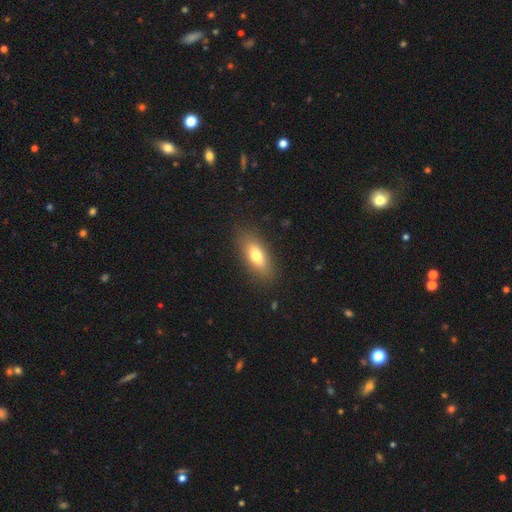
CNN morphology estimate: Overall: smooth (73%). How rounded: in between (73%). Merging: none (85%).